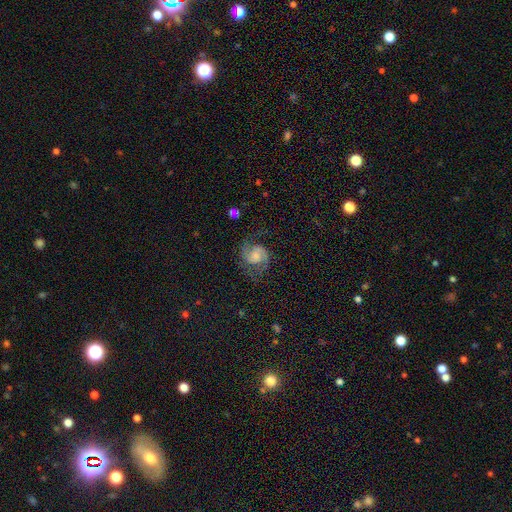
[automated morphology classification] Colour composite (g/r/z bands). It shows a featured or disk galaxy (83%) with no bar (61%), 2 (91%) medium (55%) spiral arms (97%) and a moderate central bulge (36%, tied with small). Merging: none (72%).